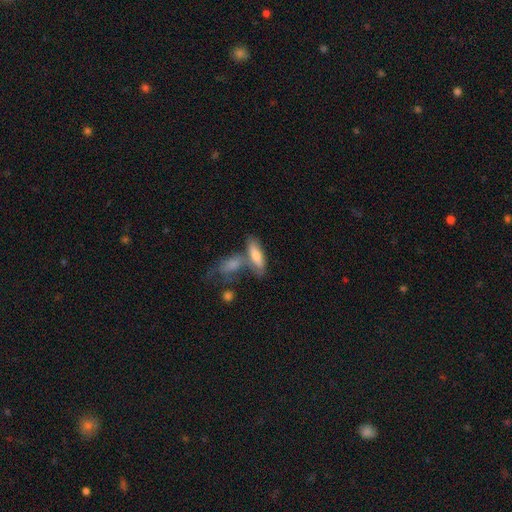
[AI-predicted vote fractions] smooth 69%, featured or disk 24%, star or artifact 7%. Down the decision tree: how rounded — in between (56%); merging — none (47%).